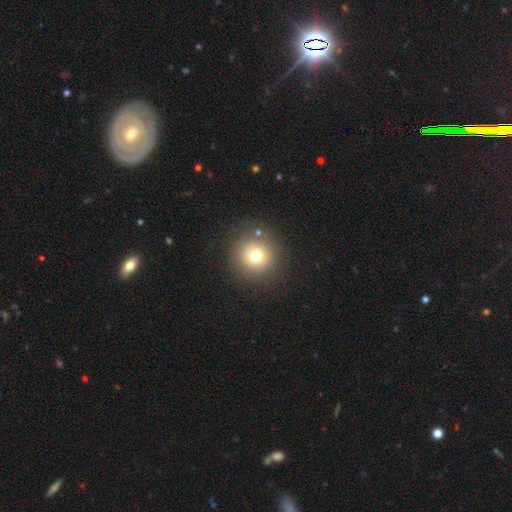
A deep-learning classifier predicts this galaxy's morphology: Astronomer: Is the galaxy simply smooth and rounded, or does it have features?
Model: smooth — 74%.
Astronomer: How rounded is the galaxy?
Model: round — 95%.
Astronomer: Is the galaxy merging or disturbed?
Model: none — 85%.